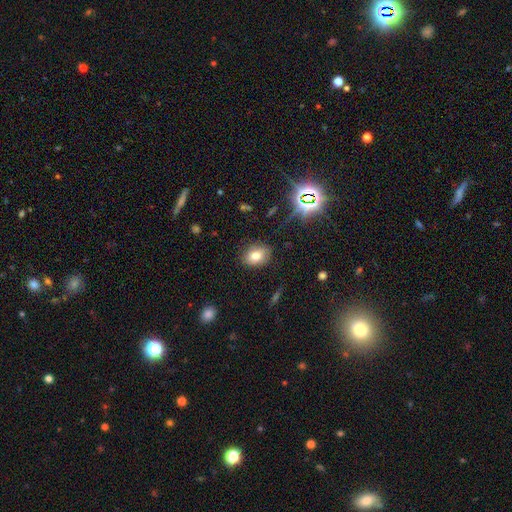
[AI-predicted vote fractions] smooth_or_featured: smooth (p=0.74) [alt: star or artifact p=0.14]
how_rounded: in between (p=0.60) [alt: round p=0.39]
merging: none (p=0.83) [alt: minor disturbance p=0.12]